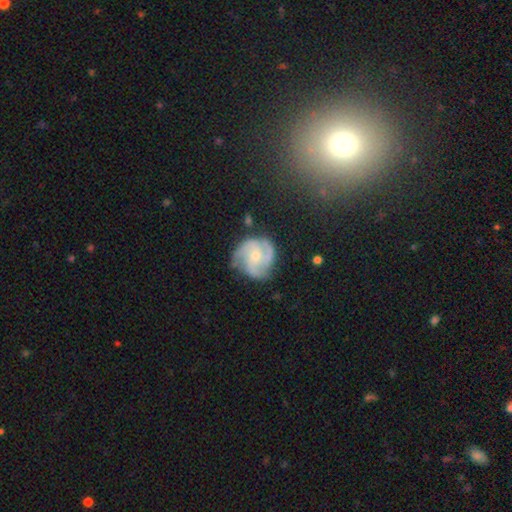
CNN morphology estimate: Smooth or featured? Predicted: featured or disk (p=0.84). Edge-on disk? Predicted: no (p=0.98). Bar? Predicted: no (p=0.68). Spiral arms? Predicted: yes (p=0.97). Spiral winding? Predicted: medium (p=0.47). Spiral arm count? Predicted: 3 (p=0.61). Bulge size? Predicted: small (p=0.65). Merging? Predicted: none (p=0.69).